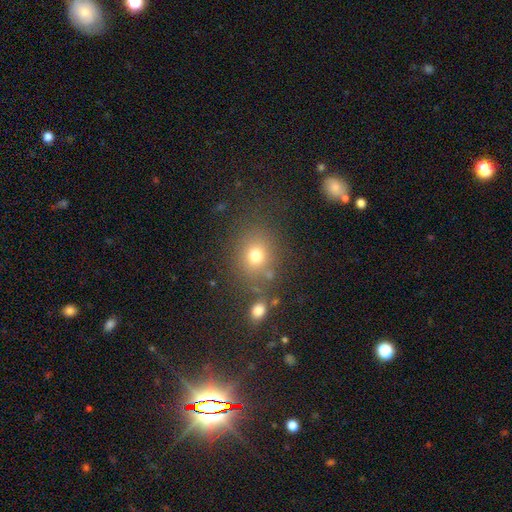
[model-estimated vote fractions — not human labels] smooth 74%, star or artifact 16%, featured or disk 10%. Down the decision tree: how rounded — round (69%); merging — none (75%).